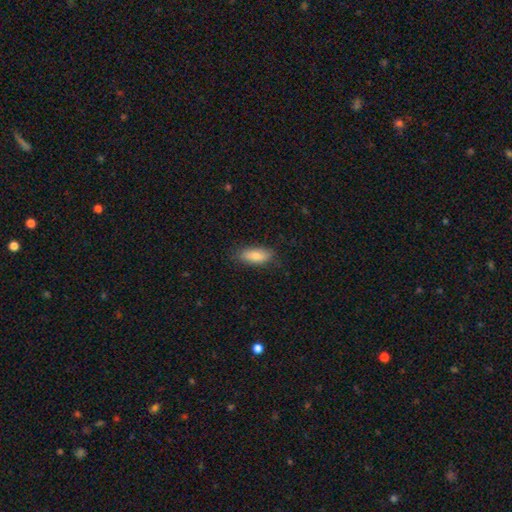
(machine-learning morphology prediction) Smooth or featured? smooth (81%)
How rounded? in between (79%)
Merging? none (81%)